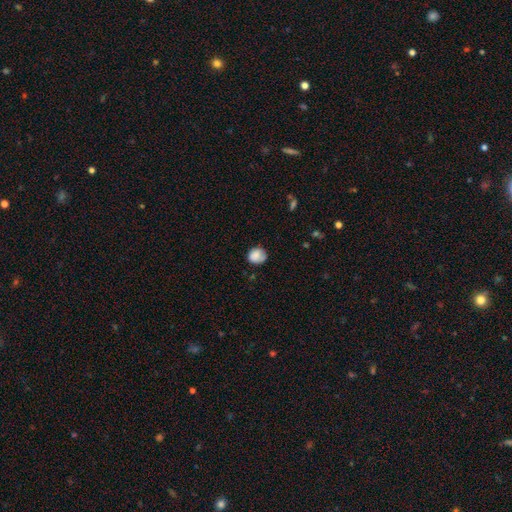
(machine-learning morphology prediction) Smooth or featured? Predicted: smooth (p=0.82). How rounded? Predicted: round (p=0.75). Merging? Predicted: none (p=0.66).